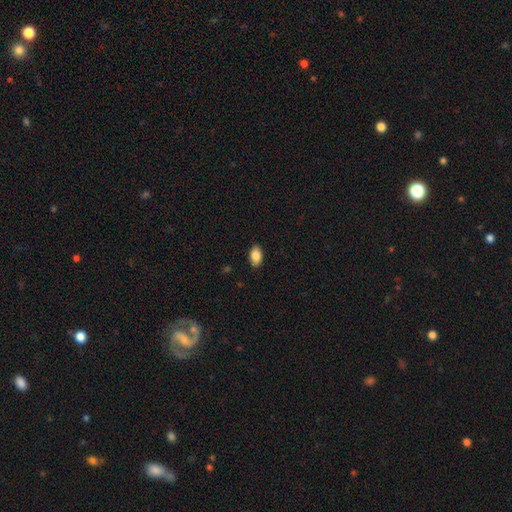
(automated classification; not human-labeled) Q: Smooth or featured?
A: smooth (88%); runner-up: star or artifact (7%)
Q: How rounded?
A: in between (93%); runner-up: round (6%)
Q: Merging?
A: none (89%); runner-up: minor disturbance (8%)